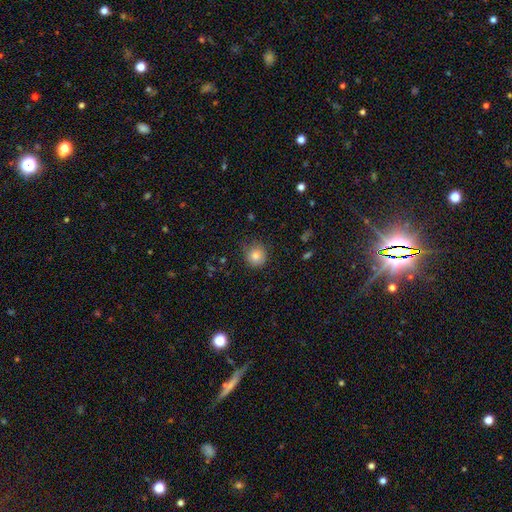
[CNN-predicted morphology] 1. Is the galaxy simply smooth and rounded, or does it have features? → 81% smooth, 11% star or artifact, 8% featured or disk.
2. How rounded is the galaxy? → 92% round, 7% in between, 1% cigar-shaped.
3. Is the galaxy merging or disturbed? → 78% none, 17% minor disturbance, 4% major disturbance, 1% merger.